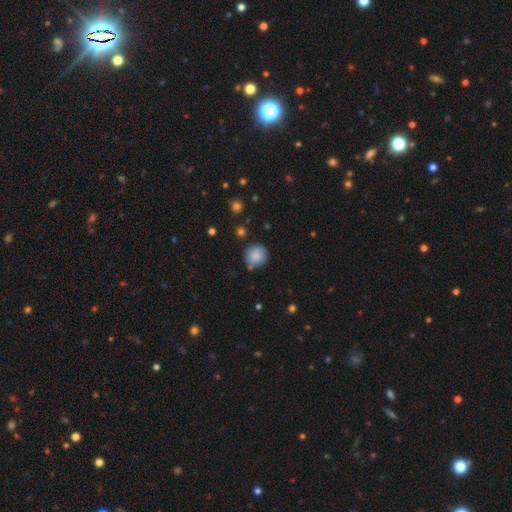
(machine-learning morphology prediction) The model was most divided on "merging": none: 80%, minor disturbance: 13%, merger: 4%, major disturbance: 3%. More confident: how rounded — round (91%); smooth or featured — smooth (86%).